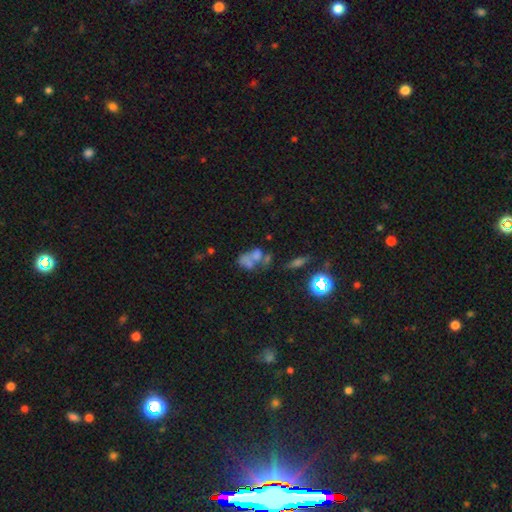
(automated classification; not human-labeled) The model was most divided on "smooth or featured": smooth: 52%, featured or disk: 28%, star or artifact: 19%. More confident: how rounded — in between (72%); merging — merger (53%).